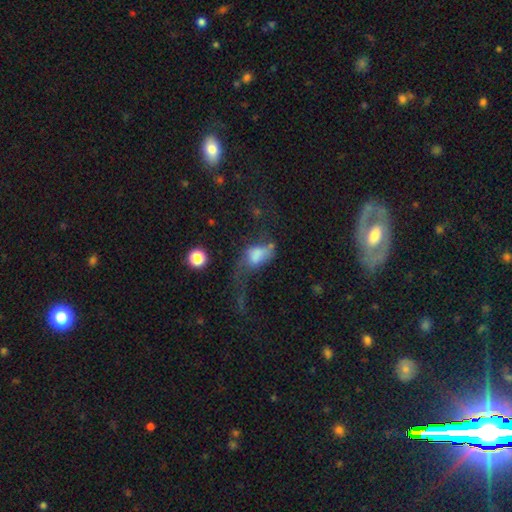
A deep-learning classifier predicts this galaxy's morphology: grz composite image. It shows a smooth galaxy with no disk features (58%) that is in between round and cigar-shaped (83%). Merging: major disturbance (58%).